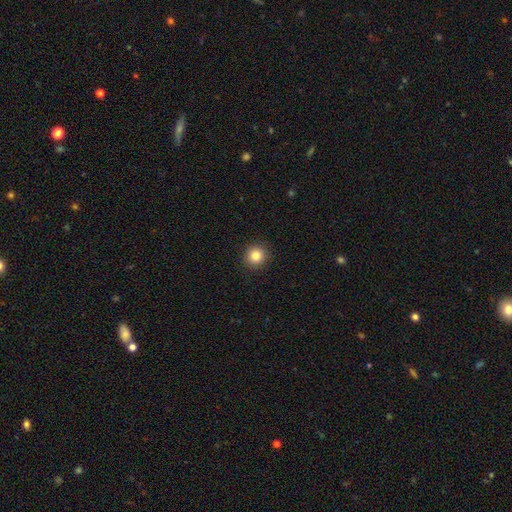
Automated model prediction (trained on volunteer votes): Q: Smooth or featured?
A: smooth (84%); runner-up: star or artifact (11%)
Q: How rounded?
A: round (93%); runner-up: in between (6%)
Q: Merging?
A: none (93%); runner-up: minor disturbance (5%)